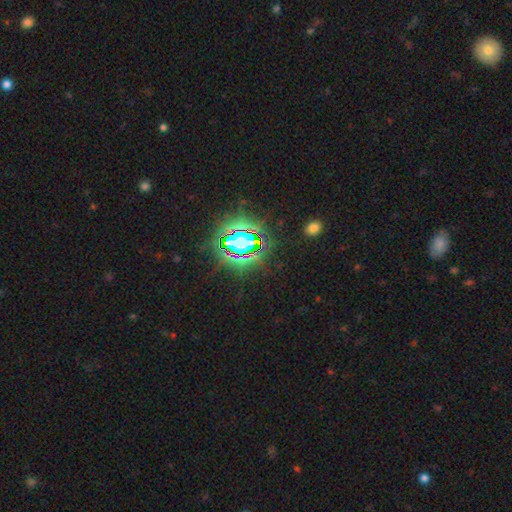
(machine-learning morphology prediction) star or artifact 76%, smooth 15%, featured or disk 10%.